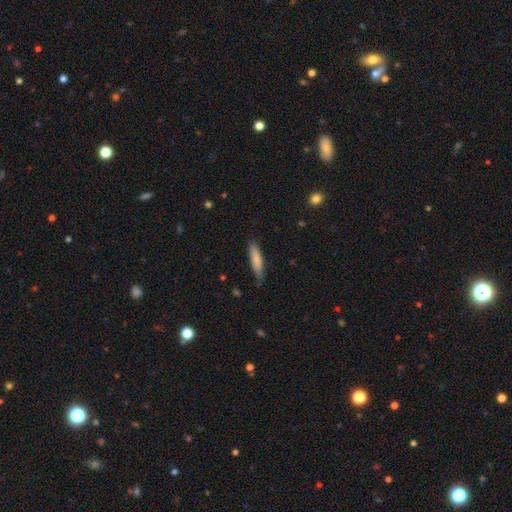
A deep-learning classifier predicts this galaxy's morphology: Smooth or featured? smooth (70%)
How rounded? cigar-shaped (84%)
Merging? none (81%)